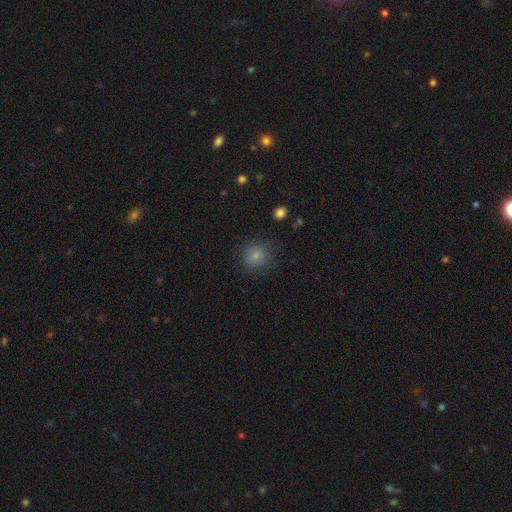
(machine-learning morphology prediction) smooth 81%, star or artifact 12%, featured or disk 6%. Down the decision tree: how rounded — round (87%); merging — none (82%).